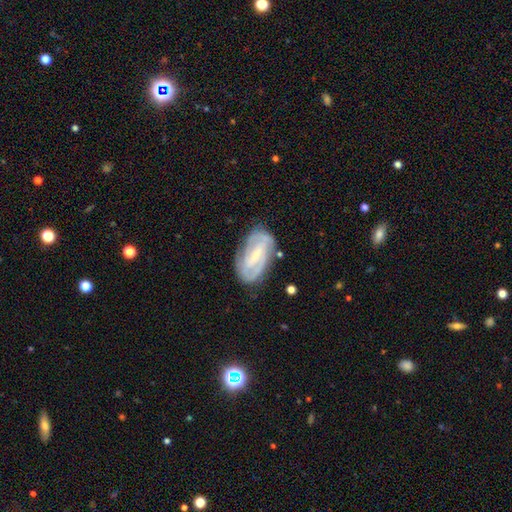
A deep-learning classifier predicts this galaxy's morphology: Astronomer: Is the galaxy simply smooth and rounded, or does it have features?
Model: featured or disk — 79%.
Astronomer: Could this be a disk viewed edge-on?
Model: no — 95%.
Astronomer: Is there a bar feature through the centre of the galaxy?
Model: strong — 42% (runner-up: weak, 41%).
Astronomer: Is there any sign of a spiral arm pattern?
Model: yes — 92%.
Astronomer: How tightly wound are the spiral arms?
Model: tight — 56% (runner-up: medium, 34%).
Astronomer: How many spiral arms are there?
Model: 2 — 61%.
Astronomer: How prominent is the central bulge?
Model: small — 64%.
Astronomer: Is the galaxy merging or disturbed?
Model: none — 77%.